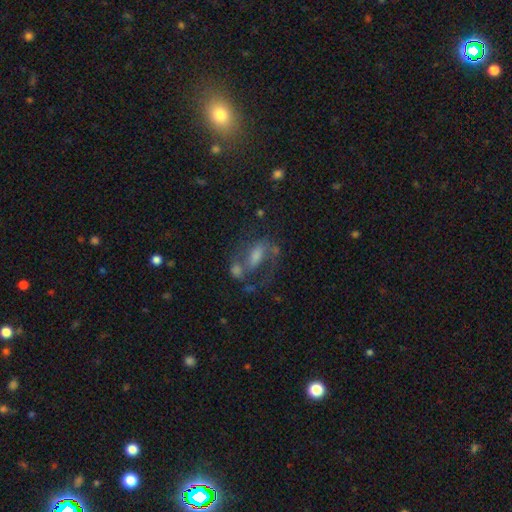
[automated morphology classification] A featured or disk galaxy (63%) with a weak bar (42%), spiral arms (78%) and a moderate central bulge (40%).

Vote fractions:
- Smooth or featured? featured or disk: 63% / smooth: 22% / star or artifact: 16%
- Edge-on disk? no: 93% / yes: 7%
- Bar? weak: 42% / no: 32% / strong: 27%
- Spiral arms? yes: 78% / no: 22%
- Bulge size? moderate: 40% / small: 30% / large: 15% / none: 12% / dominant: 3%
- Merging? none: 45% / major disturbance: 21% / merger: 18% / minor disturbance: 16%